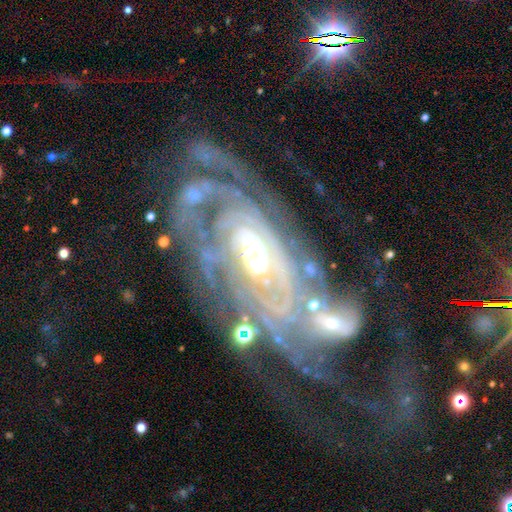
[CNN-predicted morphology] smooth_or_featured: featured or disk (p=0.88) [alt: star or artifact p=0.06]
disk_edge_on: no (p=0.95) [alt: yes p=0.05]
bar: no (p=0.59) [alt: weak p=0.24]
has_spiral_arms: yes (p=0.92) [alt: no p=0.08]
spiral_winding: tight (p=0.70) [alt: medium p=0.23]
spiral_arm_count: can't tell (p=0.34) [alt: 2 p=0.21]
bulge_size: moderate (p=0.54) [alt: small p=0.23]
merging: none (p=0.35) [alt: merger p=0.28]